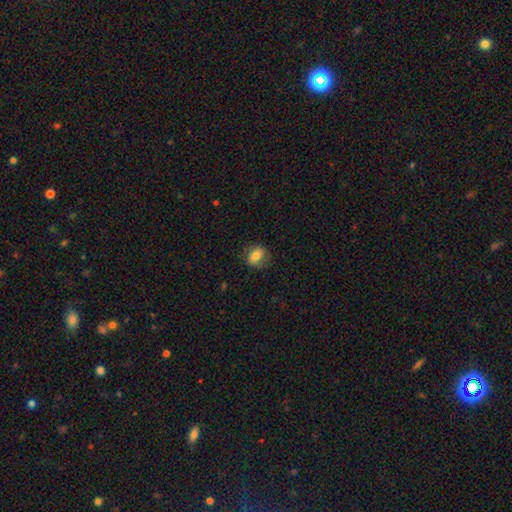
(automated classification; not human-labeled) Smooth or featured?
  - smooth: 74% *
  - featured or disk: 17%
  - star or artifact: 9%
How rounded?
  - in between: 53% *
  - round: 45%
  - cigar-shaped: 2%
Merging?
  - none: 75% *
  - minor disturbance: 17%
  - major disturbance: 6%
  - merger: 1%